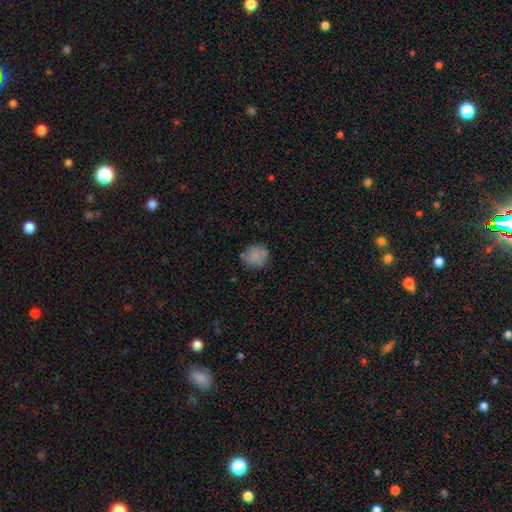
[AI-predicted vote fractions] smooth-or-featured: smooth: 78% | featured or disk: 12% | star or artifact: 10%
  how-rounded: round: 88% | in between: 11% | cigar-shaped: 1%
  merging: none: 75% | minor disturbance: 16% | major disturbance: 5% | merger: 5%